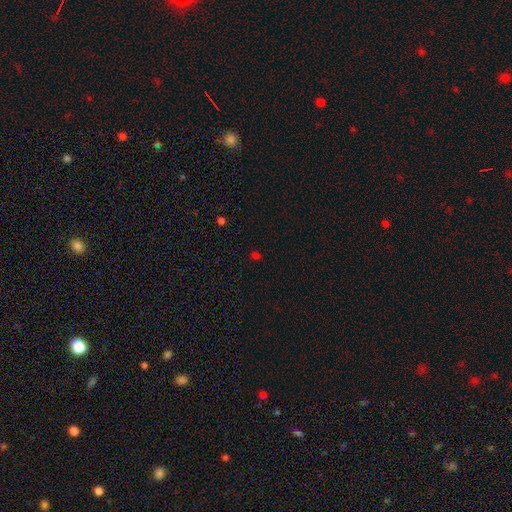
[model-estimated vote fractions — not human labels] Smooth or featured?
  - smooth: 50% *
  - star or artifact: 45%
  - featured or disk: 6%
Merging?
  - none: 80% *
  - minor disturbance: 12%
  - major disturbance: 4%
  - merger: 4%